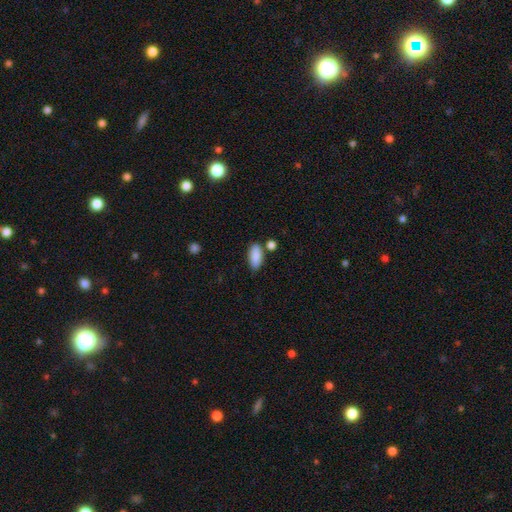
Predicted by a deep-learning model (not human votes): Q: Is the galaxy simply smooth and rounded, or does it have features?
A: smooth — 89%.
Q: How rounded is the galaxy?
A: in between — 85%.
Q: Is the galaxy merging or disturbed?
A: none — 73%.